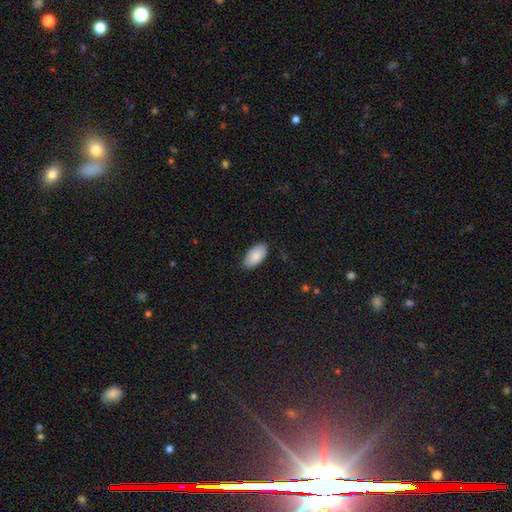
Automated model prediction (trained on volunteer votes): Smooth or featured: smooth — 89% (star or artifact — 6%)
How rounded: in between — 95% (cigar-shaped — 3%)
Merging: none — 85% (minor disturbance — 12%)